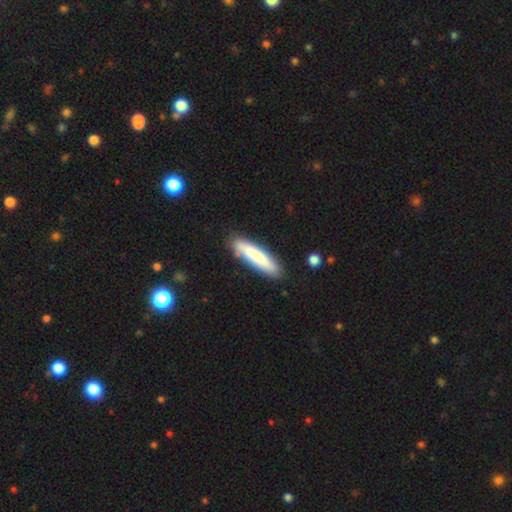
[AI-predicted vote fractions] A smooth galaxy with no disk features (79%) that is cigar-shaped (83%). Merging: none (84%).